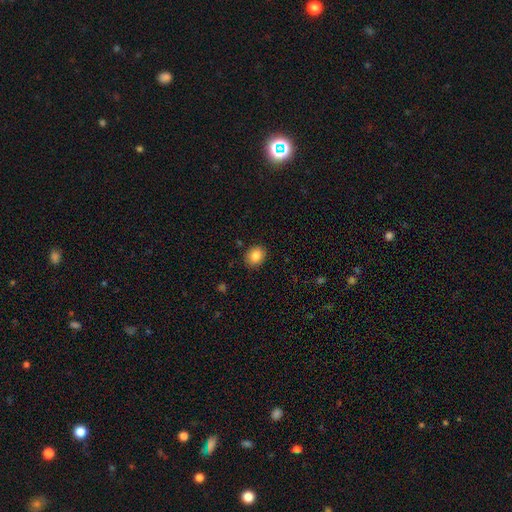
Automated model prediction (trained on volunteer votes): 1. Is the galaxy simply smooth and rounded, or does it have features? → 86% smooth, 9% star or artifact, 6% featured or disk.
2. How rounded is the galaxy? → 54% round, 45% in between, 1% cigar-shaped.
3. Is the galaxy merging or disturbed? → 88% none, 8% minor disturbance, 2% major disturbance, 1% merger.